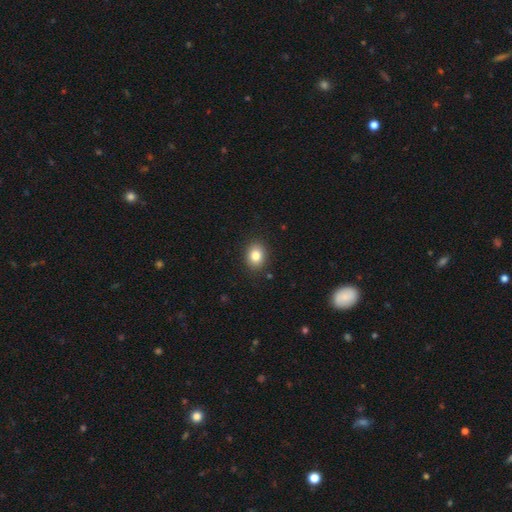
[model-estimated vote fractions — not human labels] Smooth or featured? smooth (83%)
How rounded? in between (50%, tied with round)
Merging? none (89%)